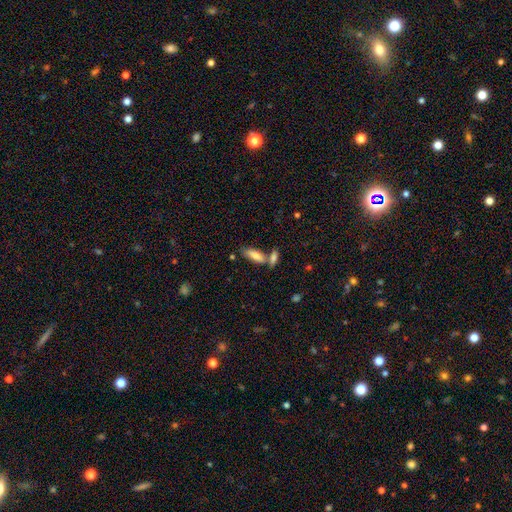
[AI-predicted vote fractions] Overall: smooth (77%). How rounded: in between (68%; cigar-shaped 30%). Merging: none (53%; merger 32%).